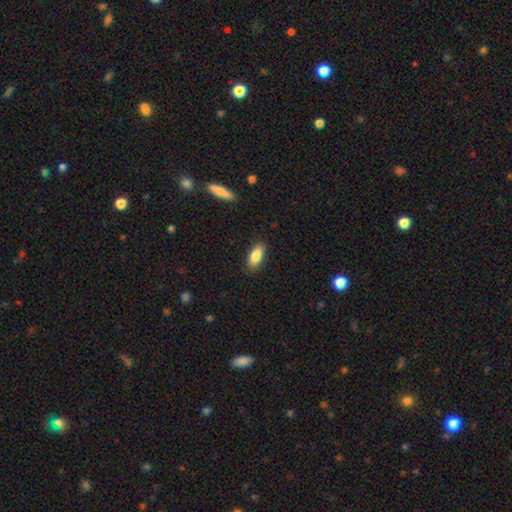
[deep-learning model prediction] A smooth galaxy with no disk features (87%) that is in between round and cigar-shaped (86%). Merging: none (87%).